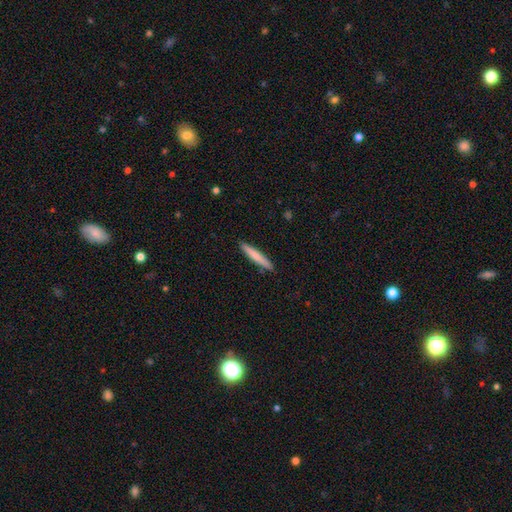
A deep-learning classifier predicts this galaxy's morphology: Q: Smooth or featured?
A: smooth (74%); runner-up: featured or disk (21%)
Q: How rounded?
A: cigar-shaped (95%); runner-up: in between (4%)
Q: Merging?
A: none (91%); runner-up: minor disturbance (7%)